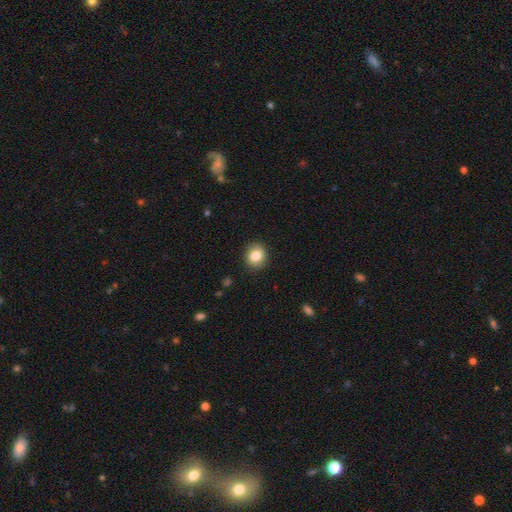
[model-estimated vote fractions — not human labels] The model was most divided on "how rounded": round: 74%, in between: 25%, cigar-shaped: 1%. More confident: merging — none (89%); smooth or featured — smooth (83%).